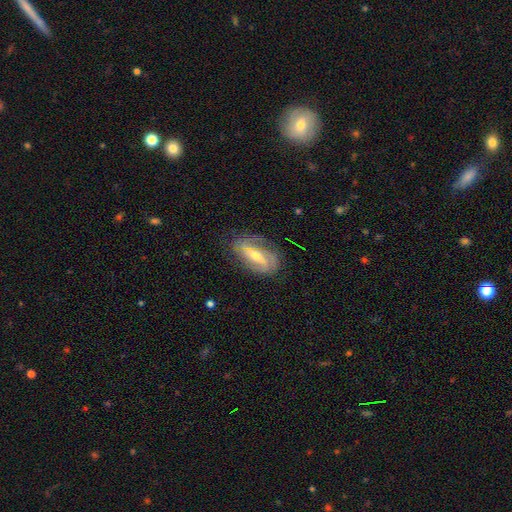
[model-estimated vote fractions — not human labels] Smooth or featured? featured or disk (77%)
Edge-on disk? no (87%)
Bar? strong (51%)
Spiral arms? yes (85%)
Spiral winding? tight (42%)
Spiral arm count? 2 (61%)
Bulge size? moderate (56%)
Merging? none (72%)